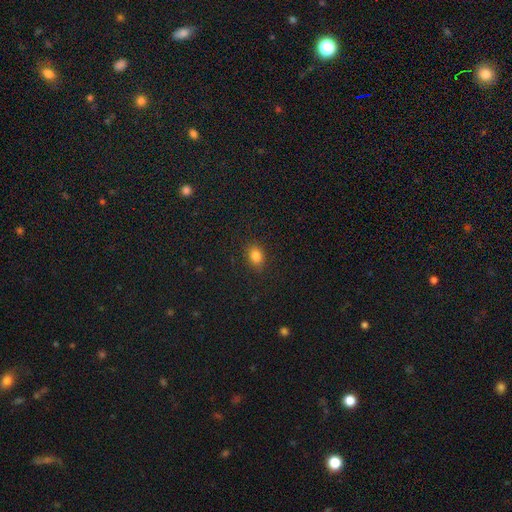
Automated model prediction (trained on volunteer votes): Morphology: type=smooth (82%); roundness=in between (67%); merging=none (87%).